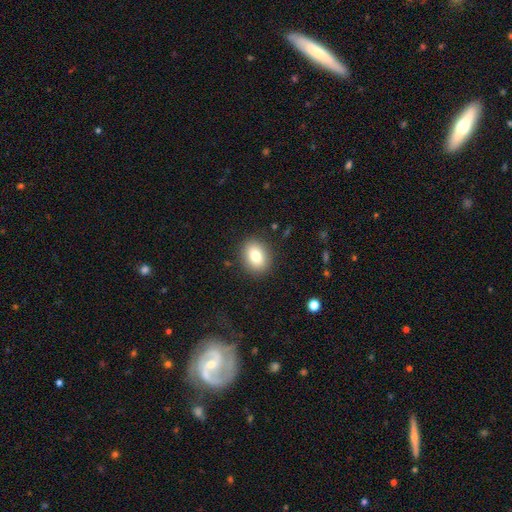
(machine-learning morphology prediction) A smooth galaxy with no disk features (80%) that is in between round and cigar-shaped (57%). Merging: none (88%).